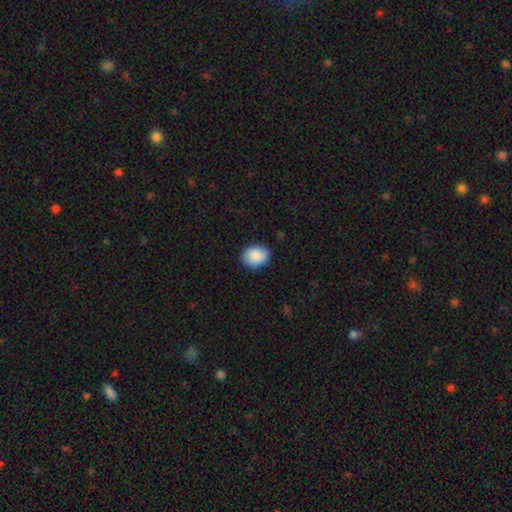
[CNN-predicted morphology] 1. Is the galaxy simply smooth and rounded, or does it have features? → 89% smooth, 7% star or artifact, 4% featured or disk.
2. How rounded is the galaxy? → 52% in between, 47% round, 1% cigar-shaped.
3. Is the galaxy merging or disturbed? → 86% none, 11% minor disturbance, 2% major disturbance, 1% merger.